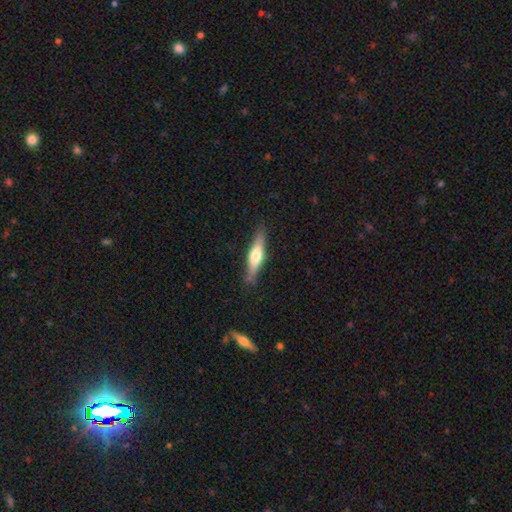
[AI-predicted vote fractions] Smooth or featured?
  - featured or disk: 51% *
  - smooth: 43%
  - star or artifact: 6%
Edge-on disk?
  - yes: 93% *
  - no: 7%
Merging?
  - none: 83% *
  - minor disturbance: 13%
  - major disturbance: 3%
  - merger: 2%